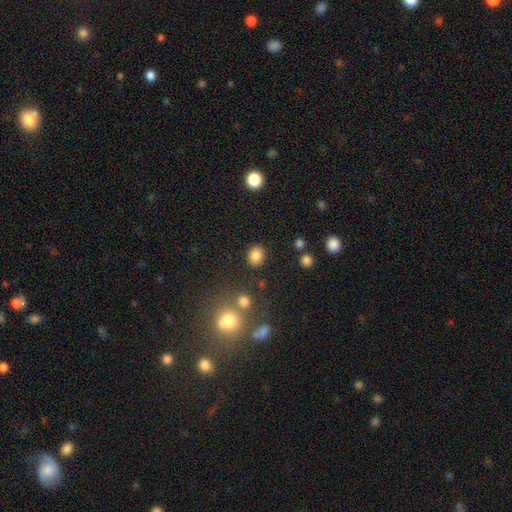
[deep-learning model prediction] Overall: smooth (84%). How rounded: round (64%; in between 35%). Merging: none (86%).